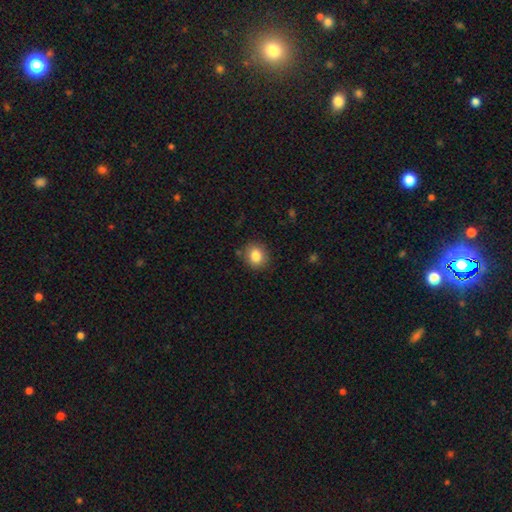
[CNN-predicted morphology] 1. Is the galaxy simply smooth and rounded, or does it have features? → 84% smooth, 9% star or artifact, 7% featured or disk.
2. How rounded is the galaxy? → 67% round, 32% in between, 1% cigar-shaped.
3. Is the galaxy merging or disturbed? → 86% none, 10% minor disturbance, 3% major disturbance, 2% merger.